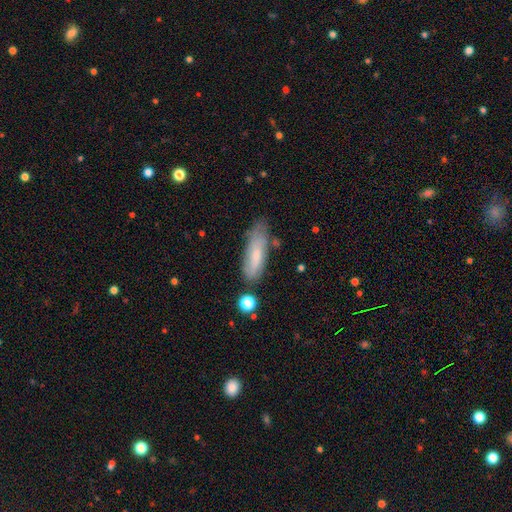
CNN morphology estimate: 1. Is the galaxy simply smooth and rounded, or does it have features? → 66% smooth, 27% featured or disk, 8% star or artifact.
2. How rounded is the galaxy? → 51% in between, 47% cigar-shaped, 2% round.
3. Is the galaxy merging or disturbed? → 61% none, 26% minor disturbance, 7% major disturbance, 5% merger.